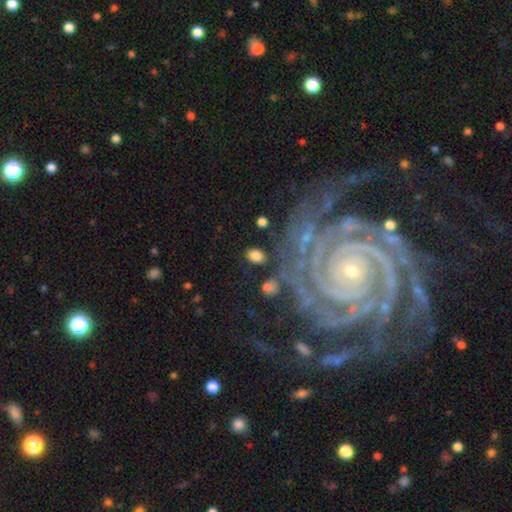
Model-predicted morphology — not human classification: The model was most divided on "how rounded": in between: 74%, round: 25%, cigar-shaped: 2%. More confident: smooth or featured — smooth (78%); merging — none (77%).